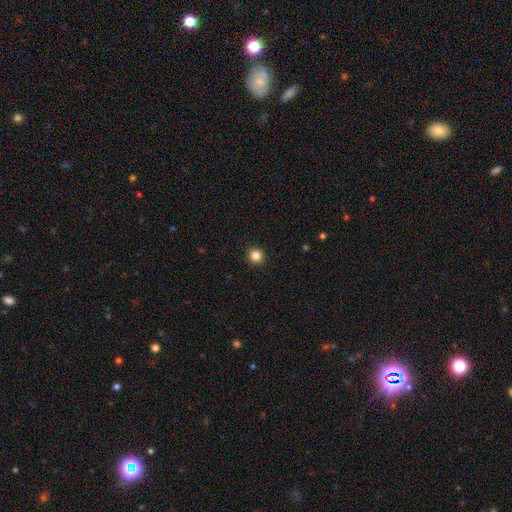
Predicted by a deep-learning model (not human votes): This appears to be a smooth galaxy with no disk features (84%) that is round (93%). Merging: none (93%).